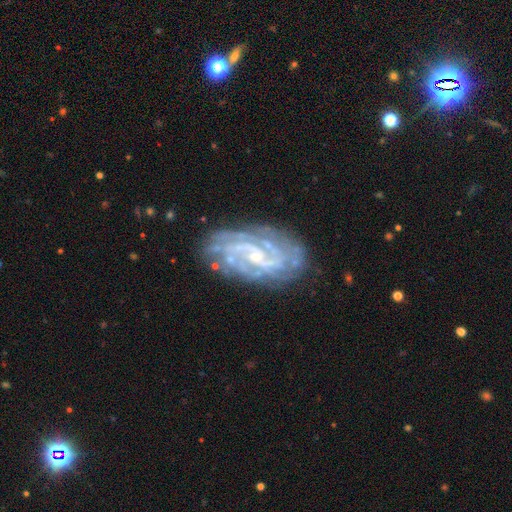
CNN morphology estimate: Smooth or featured: featured or disk — 88% (star or artifact — 6%)
Edge-on disk: no — 96% (yes — 4%)
Bar: no — 43% (weak — 42%)
Spiral arms: yes — 96% (no — 4%)
Spiral winding: tight — 60% (medium — 33%)
Spiral arm count: 2 — 31% (can't tell — 25%)
Bulge size: small — 72% (moderate — 22%)
Merging: none — 77% (minor disturbance — 16%)